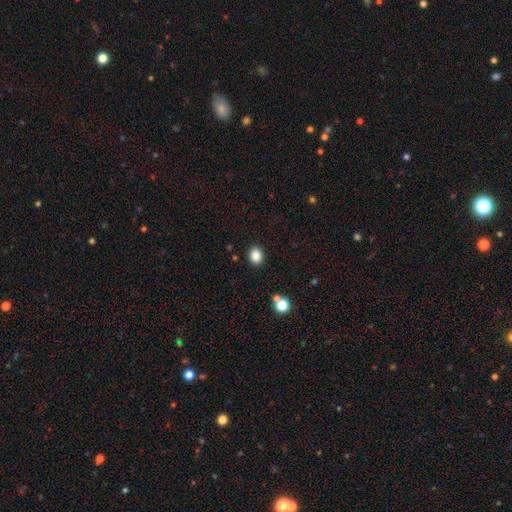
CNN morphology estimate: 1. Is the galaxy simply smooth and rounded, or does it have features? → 85% smooth, 11% star or artifact, 5% featured or disk.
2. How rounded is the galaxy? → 55% round, 44% in between, 1% cigar-shaped.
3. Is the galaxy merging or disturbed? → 89% none, 7% minor disturbance, 2% major disturbance, 2% merger.